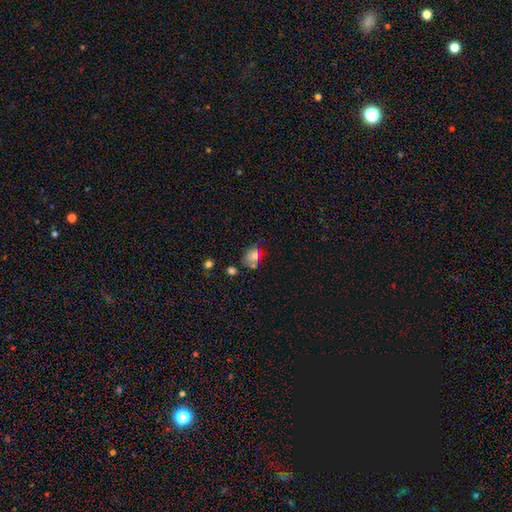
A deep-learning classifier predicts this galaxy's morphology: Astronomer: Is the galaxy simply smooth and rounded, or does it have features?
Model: smooth — 61%.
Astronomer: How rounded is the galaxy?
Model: in between — 53% (runner-up: round, 45%).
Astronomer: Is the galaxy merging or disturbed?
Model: none — 44% (runner-up: minor disturbance, 24%).